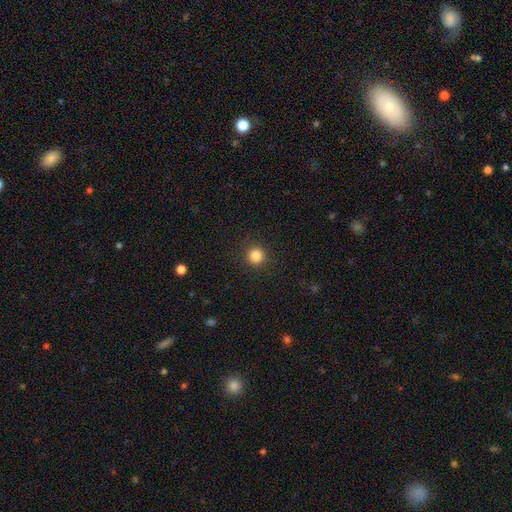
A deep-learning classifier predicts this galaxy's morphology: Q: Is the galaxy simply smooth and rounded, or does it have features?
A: smooth — 85%.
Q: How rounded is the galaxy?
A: round — 94%.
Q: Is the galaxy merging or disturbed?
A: none — 91%.